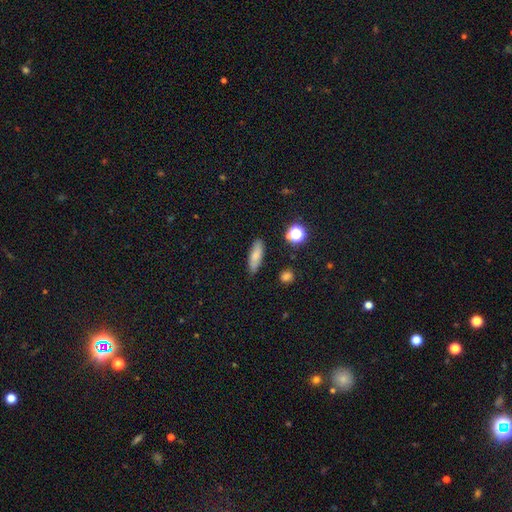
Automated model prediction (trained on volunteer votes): Smooth or featured? smooth (77%)
How rounded? in between (52%)
Merging? none (85%)